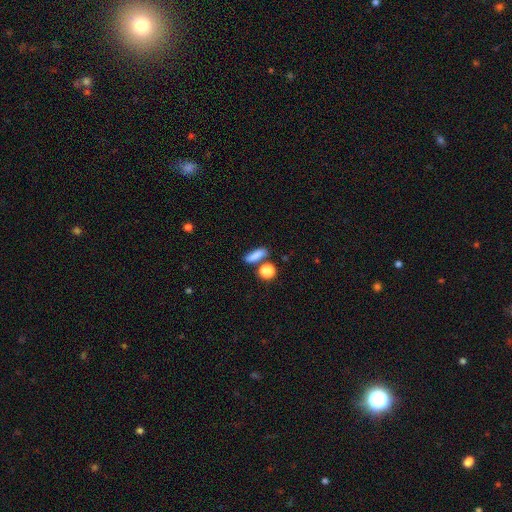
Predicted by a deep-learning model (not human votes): Smooth or featured? Predicted: smooth (p=0.84). How rounded? Predicted: in between (p=0.51). Merging? Predicted: none (p=0.67).